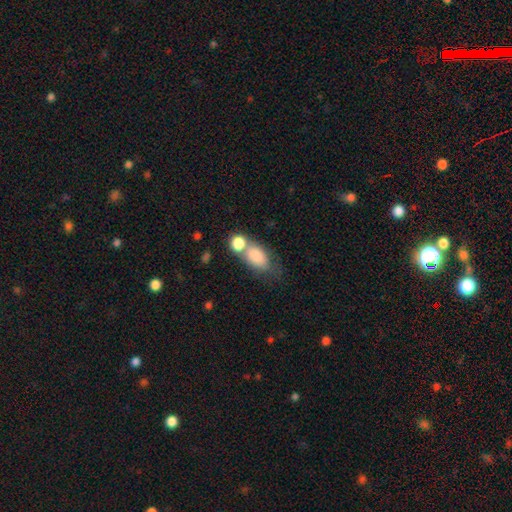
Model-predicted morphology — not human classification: Q: Smooth or featured?
A: smooth (81%); runner-up: featured or disk (12%)
Q: How rounded?
A: in between (82%); runner-up: round (14%)
Q: Merging?
A: merger (48%); runner-up: none (32%)